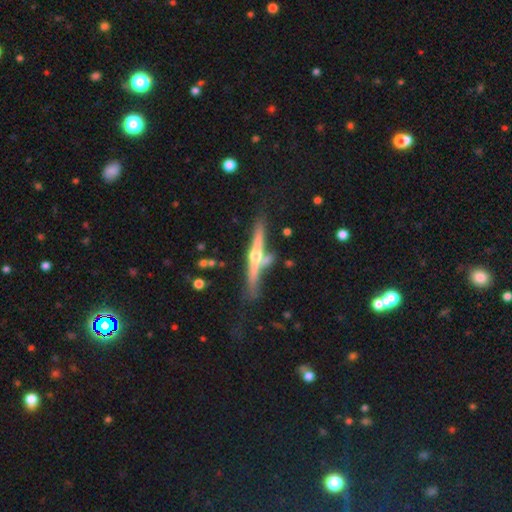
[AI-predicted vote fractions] Smooth or featured: featured or disk — 79% (smooth — 15%)
Edge-on disk: yes — 97% (no — 3%)
Edge-on bulge: rounded — 93% (none — 5%)
Merging: none — 69% (minor disturbance — 14%)